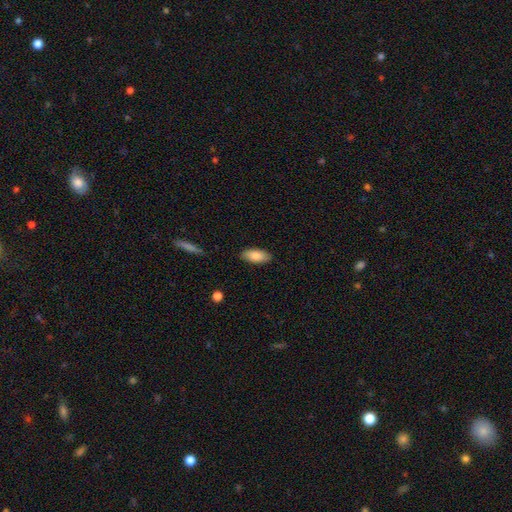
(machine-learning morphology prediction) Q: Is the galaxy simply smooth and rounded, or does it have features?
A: smooth — 86%.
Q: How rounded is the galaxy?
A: in between — 88%.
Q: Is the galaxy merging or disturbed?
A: none — 86%.